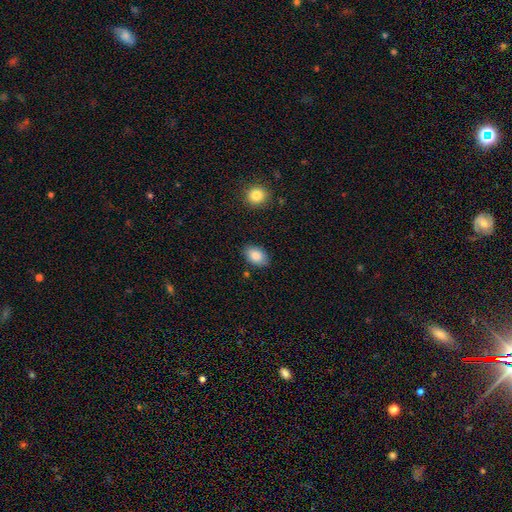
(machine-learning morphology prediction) A smooth galaxy with no disk features (86%) that is in between round and cigar-shaped (87%). Merging: none (84%).